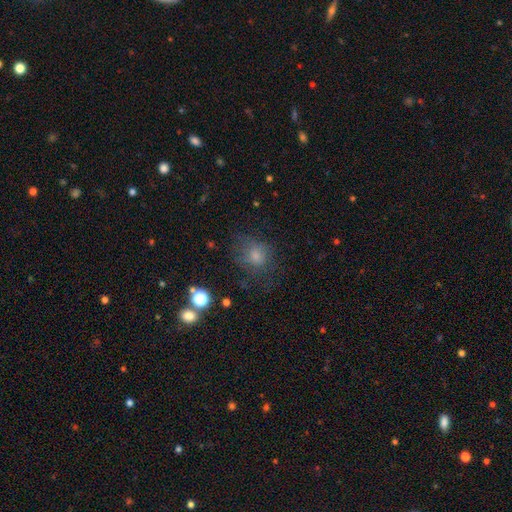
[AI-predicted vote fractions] This appears to be a smooth galaxy with no disk features (64%) that is round (67%). Merging: none (61%).